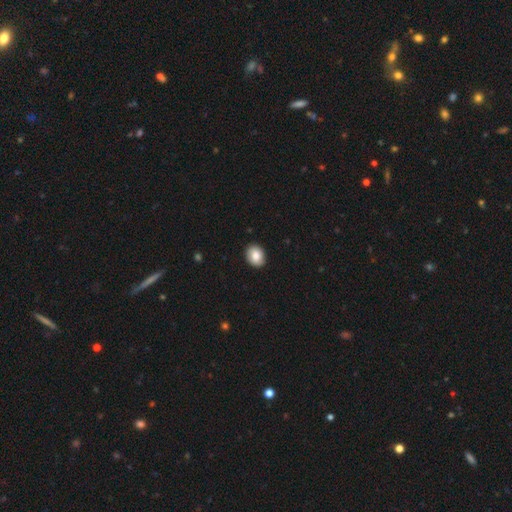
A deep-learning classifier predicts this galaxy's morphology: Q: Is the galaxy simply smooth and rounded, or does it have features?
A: smooth — 85%.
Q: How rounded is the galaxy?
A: in between — 56%.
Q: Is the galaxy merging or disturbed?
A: none — 90%.